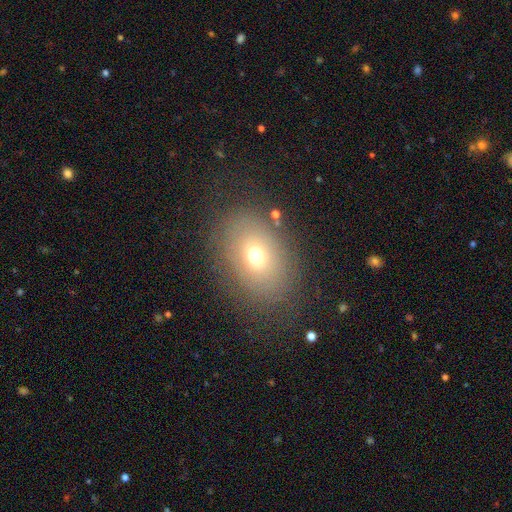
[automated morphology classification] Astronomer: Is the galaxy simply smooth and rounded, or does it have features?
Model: smooth — 64%.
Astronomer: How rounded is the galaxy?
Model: in between — 70%.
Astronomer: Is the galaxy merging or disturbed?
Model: none — 78%.